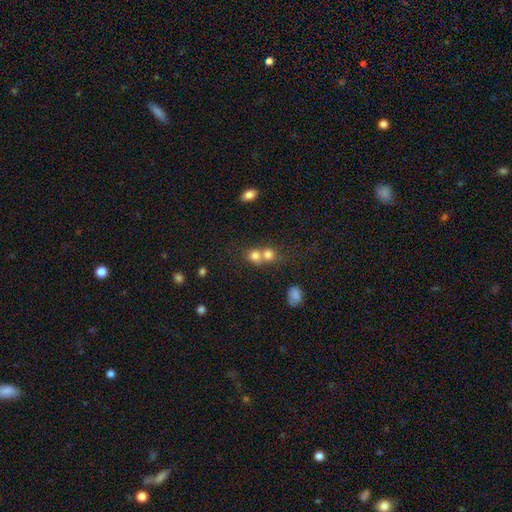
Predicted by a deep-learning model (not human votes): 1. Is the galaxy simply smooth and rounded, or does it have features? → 76% smooth, 13% star or artifact, 11% featured or disk.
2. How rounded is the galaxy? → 79% round, 20% in between, 1% cigar-shaped.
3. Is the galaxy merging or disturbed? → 59% merger, 33% none, 5% minor disturbance, 3% major disturbance.